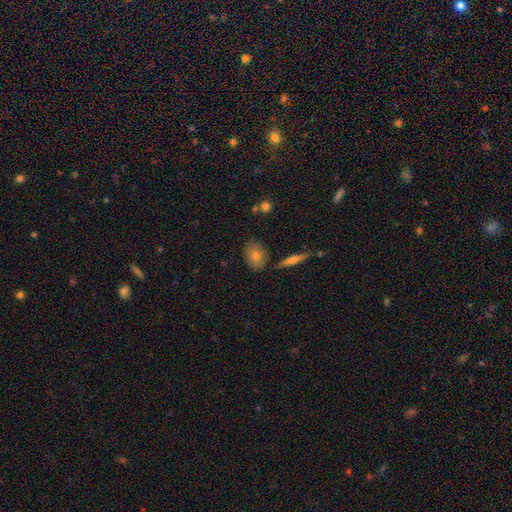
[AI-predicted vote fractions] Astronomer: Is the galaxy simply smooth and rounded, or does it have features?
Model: smooth — 70%.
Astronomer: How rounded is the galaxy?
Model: in between — 68%.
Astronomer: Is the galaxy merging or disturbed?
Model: none — 80%.